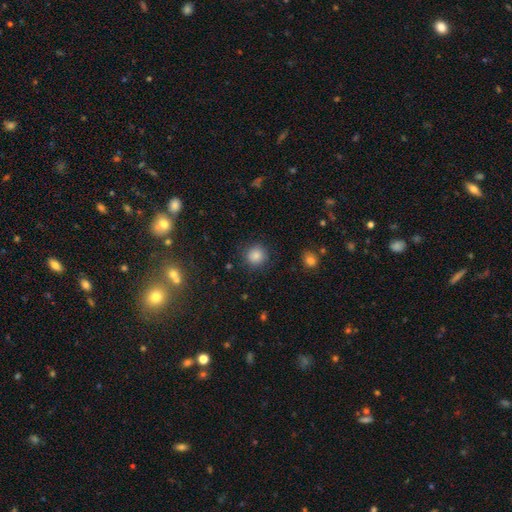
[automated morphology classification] Smooth or featured? Predicted: smooth (p=0.84). How rounded? Predicted: round (p=0.91). Merging? Predicted: none (p=0.87).